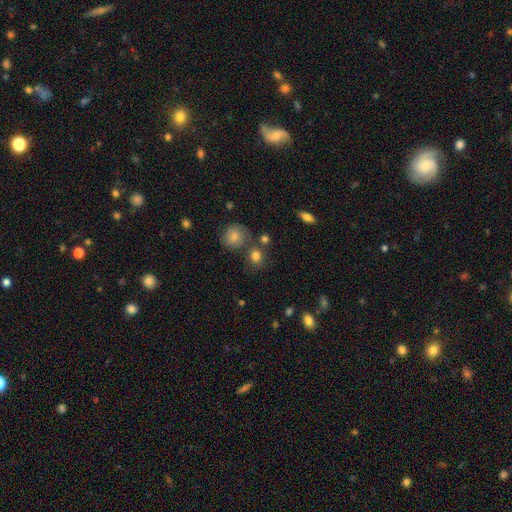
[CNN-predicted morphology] This is clearly a smooth galaxy (80%). How rounded: likely round (74%). Merging: likely none (61%).